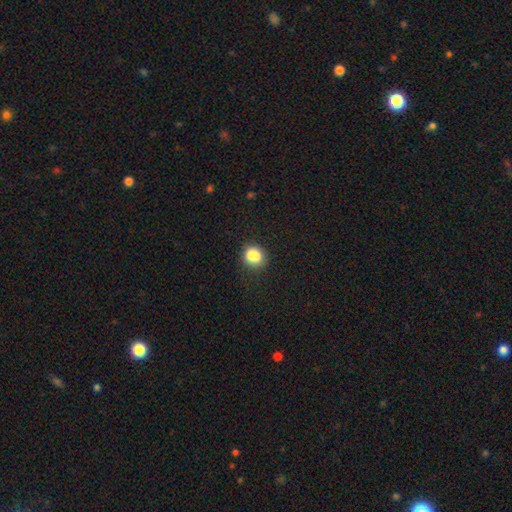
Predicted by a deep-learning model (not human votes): Smooth or featured? smooth (81%)
How rounded? round (68%)
Merging? none (63%)